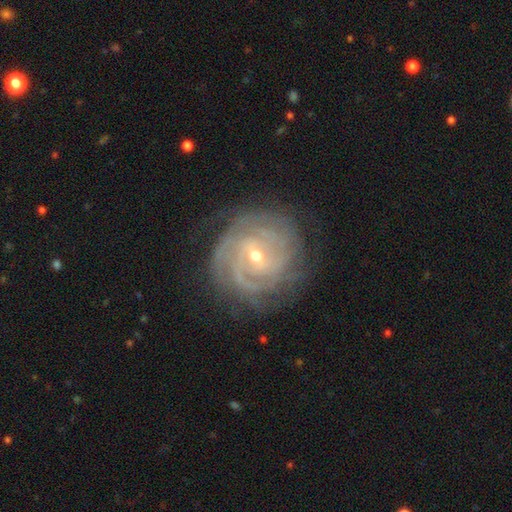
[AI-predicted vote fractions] This is clearly a featured or disk galaxy (87%). It is clearly not viewed edge-on (97%). Bar: possibly weak (48%). Spiral arm pattern: clearly yes (96%). Spiral arm count: marginally can't tell (31%). Spiral winding: likely tight (78%). Central bulge: likely small (60%). Merging: likely none (78%).